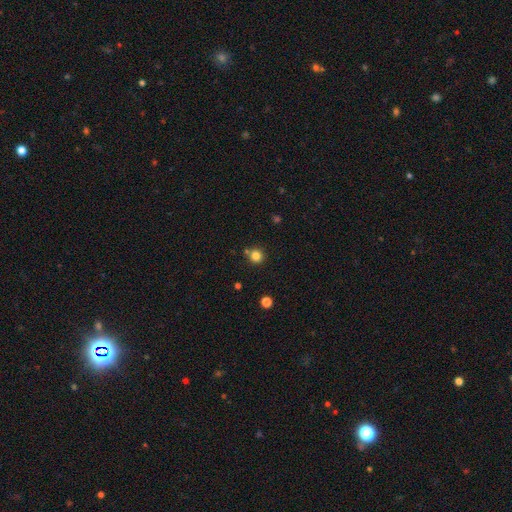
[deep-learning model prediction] A smooth galaxy with no disk features (82%) that is round (93%). Merging: none (80%).